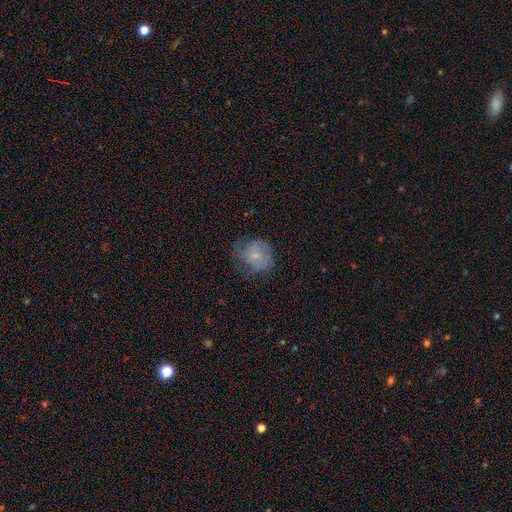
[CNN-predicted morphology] Smooth or featured?
  - smooth: 62% *
  - featured or disk: 29%
  - star or artifact: 10%
How rounded?
  - round: 73% *
  - in between: 26%
  - cigar-shaped: 1%
Merging?
  - none: 51% *
  - minor disturbance: 30%
  - major disturbance: 17%
  - merger: 1%